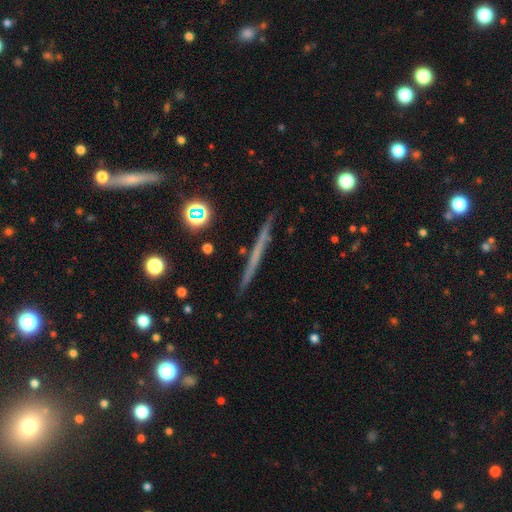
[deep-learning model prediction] A featured or disk galaxy (53%) viewed edge-on (96%) with no central bulge (92%).

Vote fractions:
- Smooth or featured? featured or disk: 53% / smooth: 40% / star or artifact: 8%
- Edge-on disk? yes: 96% / no: 4%
- Edge-on bulge? none: 92% / rounded: 5% / boxy: 3%
- Merging? none: 89% / minor disturbance: 7% / major disturbance: 2% / merger: 2%